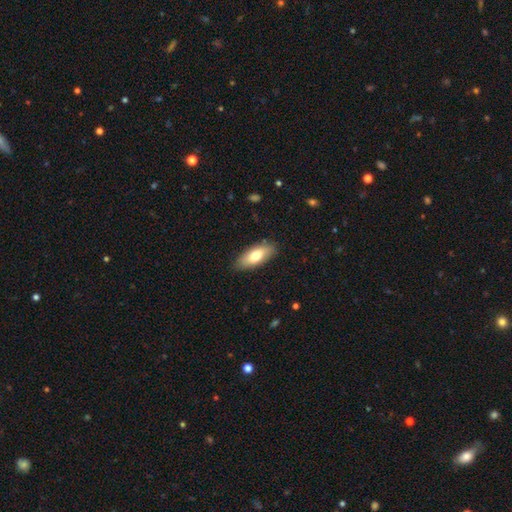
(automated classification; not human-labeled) Q: Smooth or featured?
A: smooth (74%); runner-up: featured or disk (20%)
Q: How rounded?
A: in between (81%); runner-up: cigar-shaped (16%)
Q: Merging?
A: none (86%); runner-up: minor disturbance (11%)